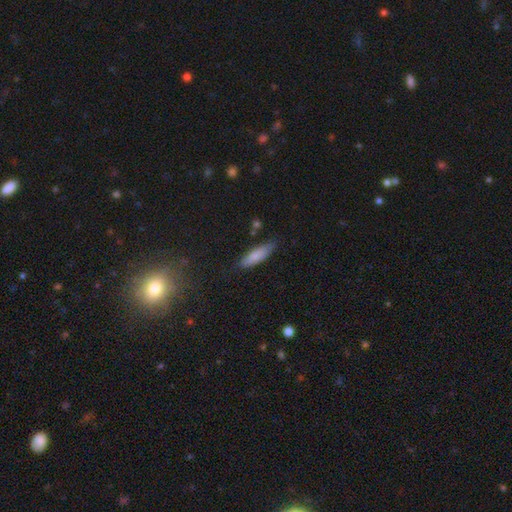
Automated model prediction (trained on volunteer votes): Smooth or featured: smooth — 82% (featured or disk — 12%)
How rounded: cigar-shaped — 57% (in between — 42%)
Merging: none — 78% (minor disturbance — 17%)